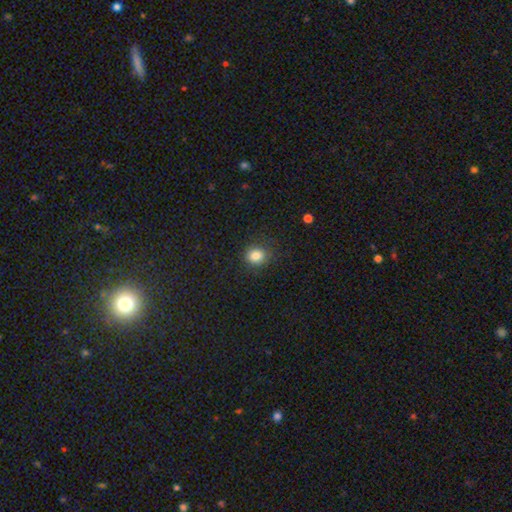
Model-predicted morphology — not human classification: smooth-or-featured: smooth: 84% | star or artifact: 12% | featured or disk: 5%
  how-rounded: round: 69% | in between: 30% | cigar-shaped: 1%
  merging: none: 84% | minor disturbance: 11% | major disturbance: 4% | merger: 1%